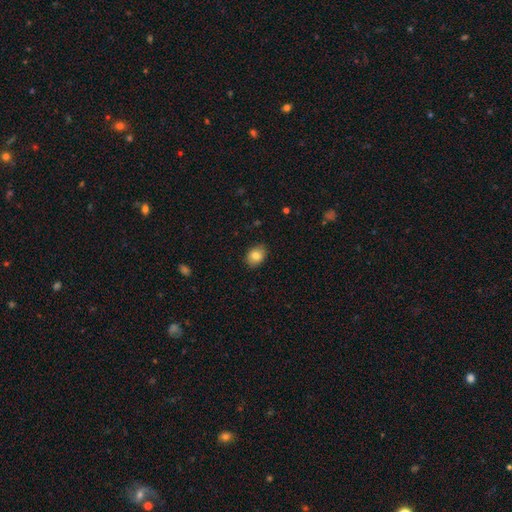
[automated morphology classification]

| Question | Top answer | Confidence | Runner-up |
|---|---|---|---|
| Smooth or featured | smooth | 82% | featured or disk (9%) |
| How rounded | in between | 60% | round (39%) |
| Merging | none | 87% | minor disturbance (10%) |